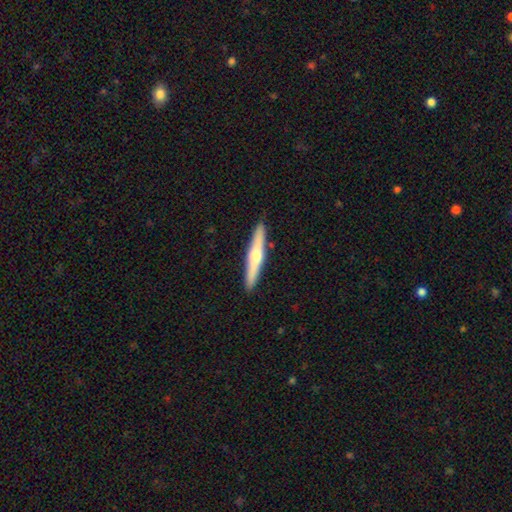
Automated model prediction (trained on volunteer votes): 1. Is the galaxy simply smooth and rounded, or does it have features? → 58% featured or disk, 37% smooth, 5% star or artifact.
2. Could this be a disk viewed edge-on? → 97% yes, 3% no.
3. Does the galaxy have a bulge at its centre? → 90% rounded, 6% none, 4% boxy.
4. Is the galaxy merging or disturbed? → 91% none, 7% minor disturbance, 1% major disturbance, 1% merger.